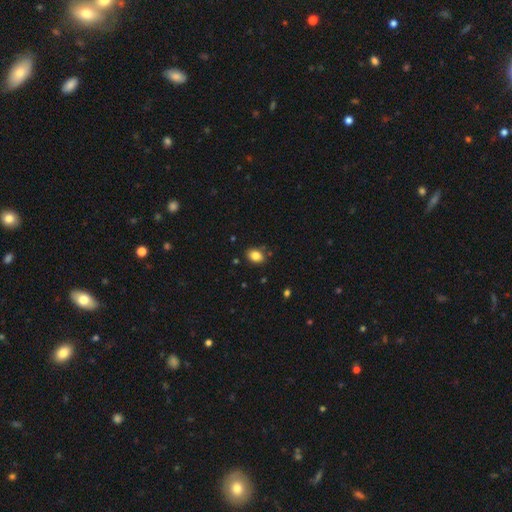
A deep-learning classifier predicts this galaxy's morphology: smooth 84%, star or artifact 10%, featured or disk 7%. Down the decision tree: how rounded — in between (69%); merging — none (82%).